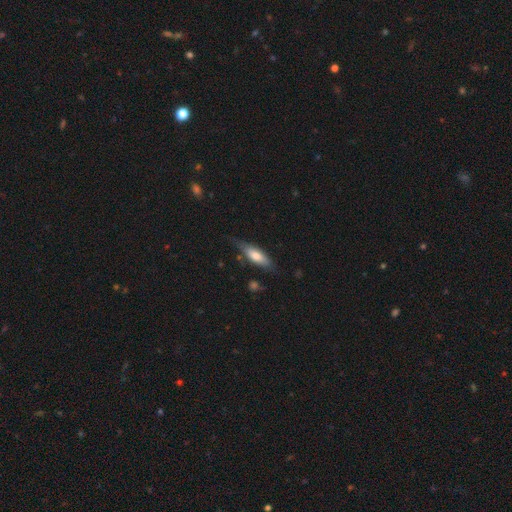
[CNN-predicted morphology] Overall: smooth (65%; featured or disk 29%). How rounded: in between (53%; cigar-shaped 44%). Merging: none (60%; minor disturbance 29%).